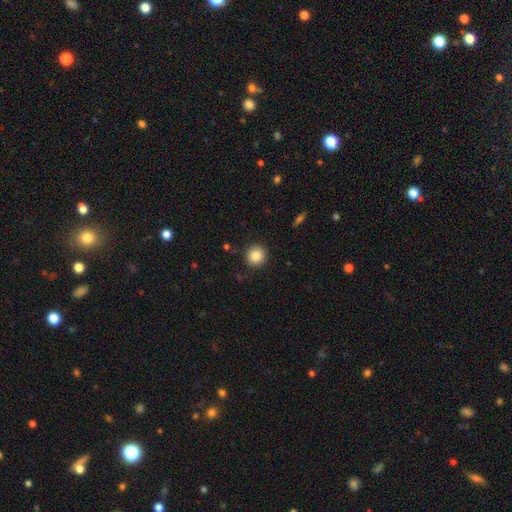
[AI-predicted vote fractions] Smooth or featured: smooth — 85% (star or artifact — 9%)
How rounded: round — 92% (in between — 7%)
Merging: none — 90% (minor disturbance — 6%)